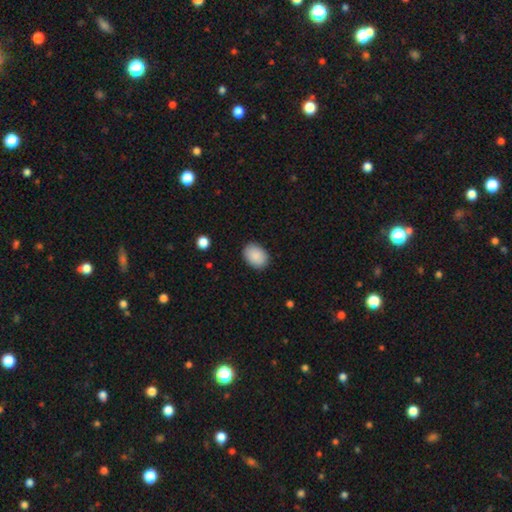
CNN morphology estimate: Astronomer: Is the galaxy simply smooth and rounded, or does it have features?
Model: smooth — 90%.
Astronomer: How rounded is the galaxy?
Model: in between — 77%.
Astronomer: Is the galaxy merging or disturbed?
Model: none — 88%.